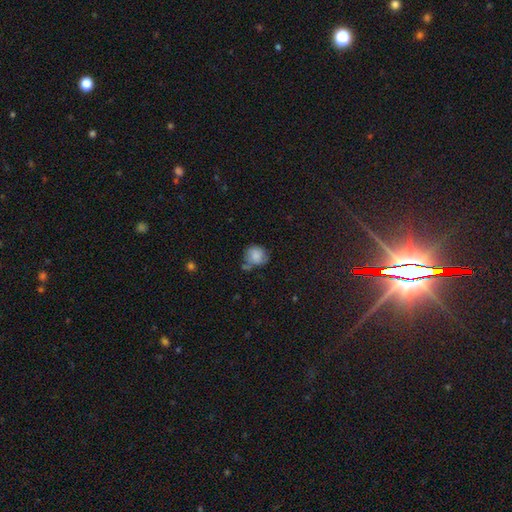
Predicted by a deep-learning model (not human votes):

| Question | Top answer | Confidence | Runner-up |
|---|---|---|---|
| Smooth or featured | smooth | 73% | featured or disk (17%) |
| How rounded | round | 77% | in between (22%) |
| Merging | none | 47% | minor disturbance (29%) |